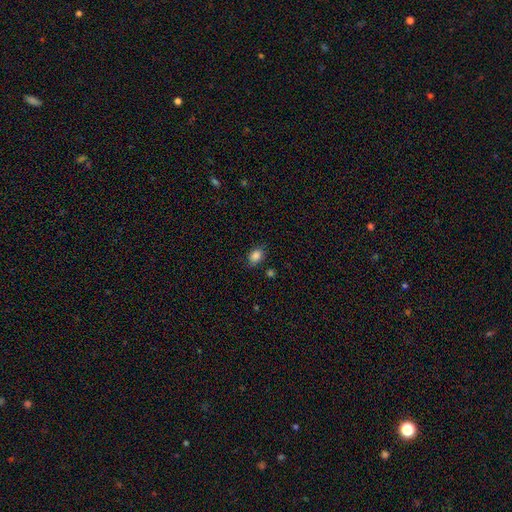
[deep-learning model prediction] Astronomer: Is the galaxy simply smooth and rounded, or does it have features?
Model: smooth — 85%.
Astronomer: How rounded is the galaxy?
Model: in between — 78%.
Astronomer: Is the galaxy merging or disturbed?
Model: none — 80%.